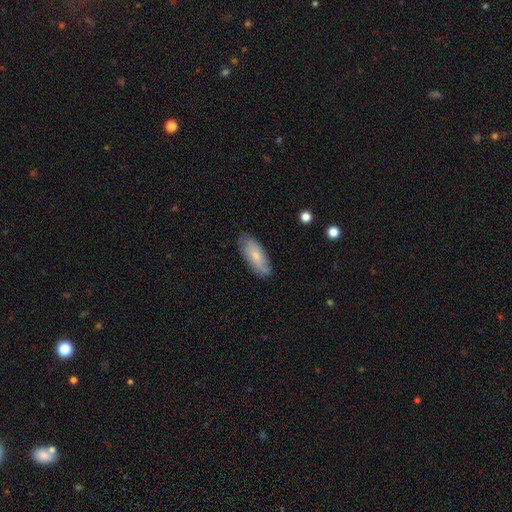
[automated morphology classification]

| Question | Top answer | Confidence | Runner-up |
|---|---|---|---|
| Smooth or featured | smooth | 68% | featured or disk (25%) |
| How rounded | in between | 76% | cigar-shaped (22%) |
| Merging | none | 77% | minor disturbance (19%) |